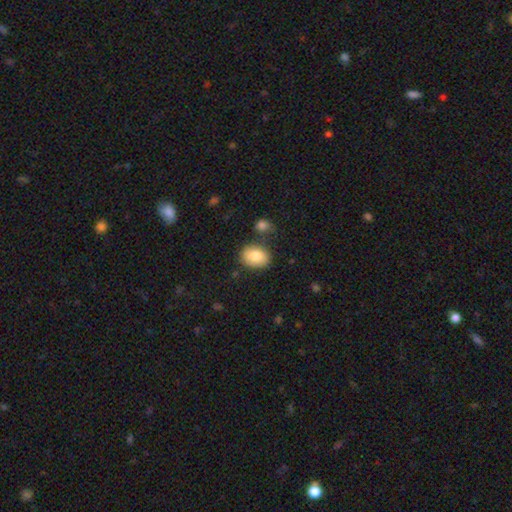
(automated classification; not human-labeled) Morphology: type=smooth (81%); roundness=in between (69%); merging=none (73%).